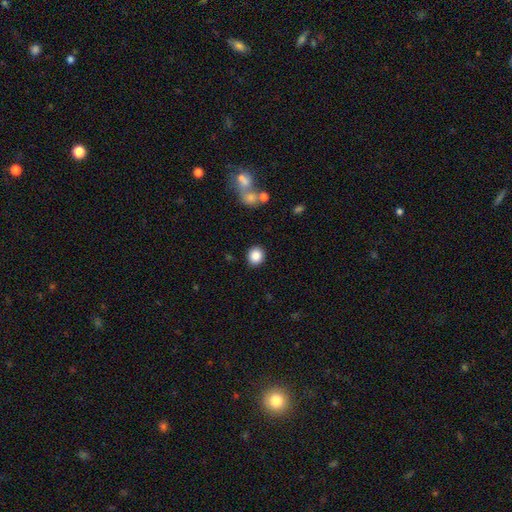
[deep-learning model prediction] This appears to be a smooth galaxy with no disk features (86%) that is round (78%). Merging: none (88%).